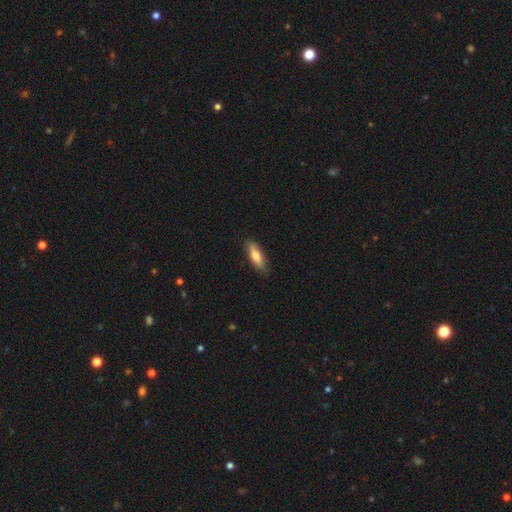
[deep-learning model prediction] smooth 74%, featured or disk 20%, star or artifact 6%. Down the decision tree: how rounded — in between (54%); merging — none (86%).